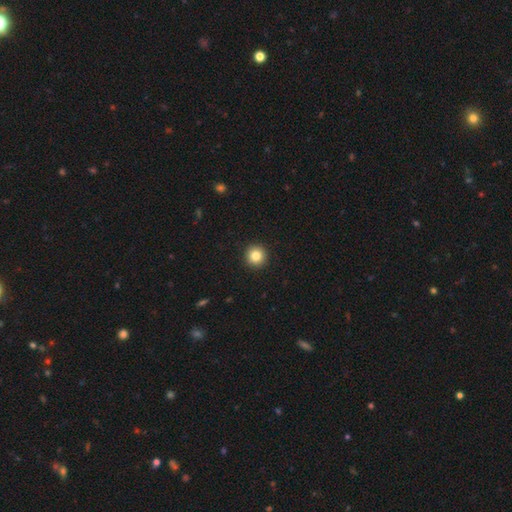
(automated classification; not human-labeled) smooth-or-featured: smooth: 83% | star or artifact: 11% | featured or disk: 6%
  how-rounded: round: 96% | in between: 3% | cigar-shaped: 1%
  merging: none: 94% | minor disturbance: 4% | major disturbance: 1% | merger: 1%